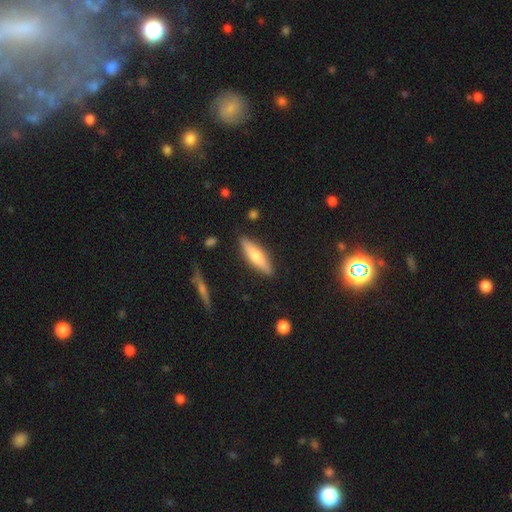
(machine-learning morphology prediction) type=smooth (58%); roundness=cigar-shaped (64%); merging=none (87%).